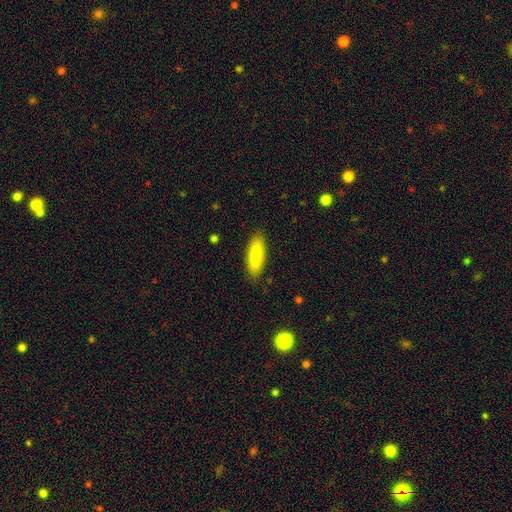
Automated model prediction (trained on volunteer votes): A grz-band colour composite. It shows a smooth galaxy with no disk features (86%) that is in between round and cigar-shaped (63%). Merging: none (87%).